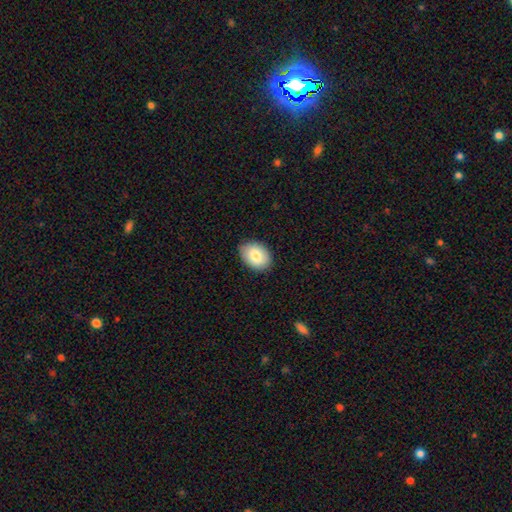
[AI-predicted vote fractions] The model was most divided on "how rounded": in between: 79%, round: 20%, cigar-shaped: 1%. More confident: merging — none (85%); smooth or featured — smooth (82%).